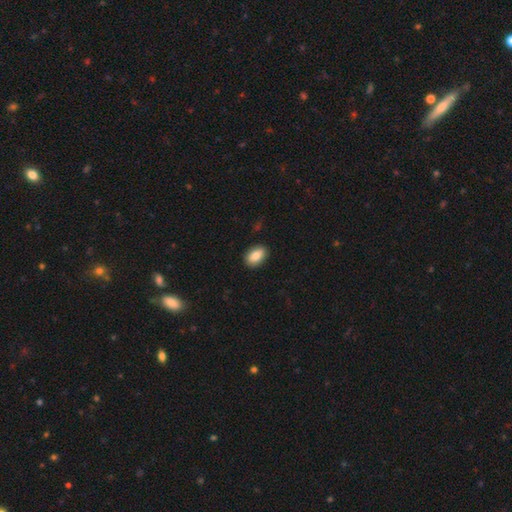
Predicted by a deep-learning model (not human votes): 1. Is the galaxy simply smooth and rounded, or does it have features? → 86% smooth, 7% star or artifact, 7% featured or disk.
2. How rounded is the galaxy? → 90% in between, 9% round, 2% cigar-shaped.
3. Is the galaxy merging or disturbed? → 89% none, 8% minor disturbance, 2% major disturbance, 1% merger.